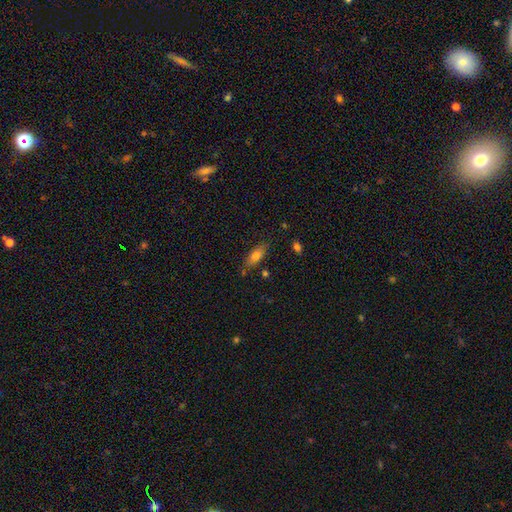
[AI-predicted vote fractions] Q: Smooth or featured?
A: smooth (76%); runner-up: featured or disk (15%)
Q: How rounded?
A: in between (63%); runner-up: cigar-shaped (35%)
Q: Merging?
A: none (75%); runner-up: minor disturbance (17%)